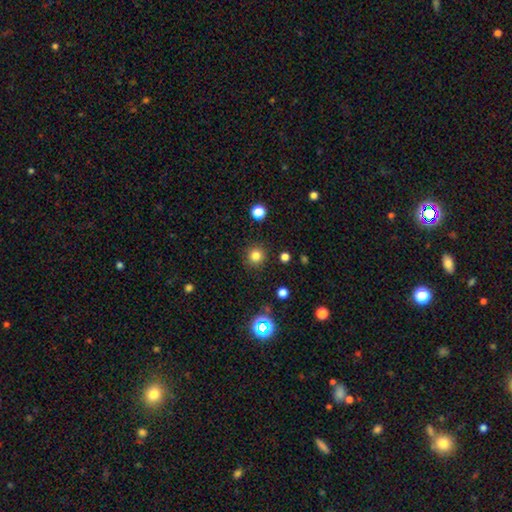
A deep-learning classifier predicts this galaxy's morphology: A smooth galaxy with no disk features (81%) that is round (94%). Merging: none (90%).